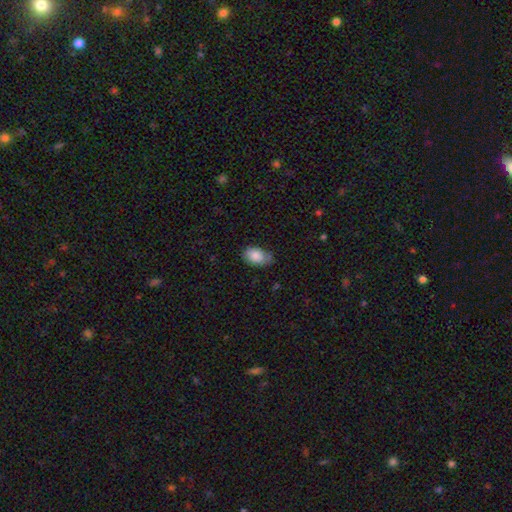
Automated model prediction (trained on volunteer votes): Smooth or featured: smooth — 86% (featured or disk — 7%)
How rounded: in between — 91% (round — 8%)
Merging: none — 64% (minor disturbance — 29%)